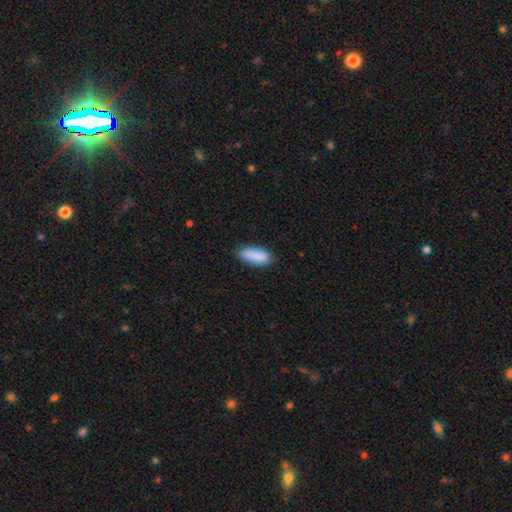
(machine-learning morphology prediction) Smooth or featured? smooth (90%)
How rounded? in between (76%)
Merging? none (85%)